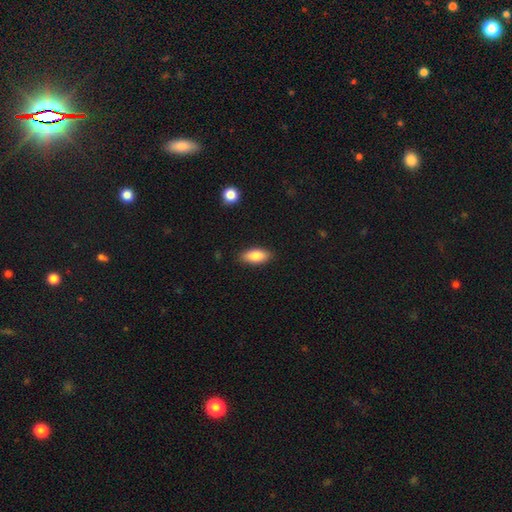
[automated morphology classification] Smooth or featured? smooth (84%)
How rounded? in between (86%)
Merging? none (88%)